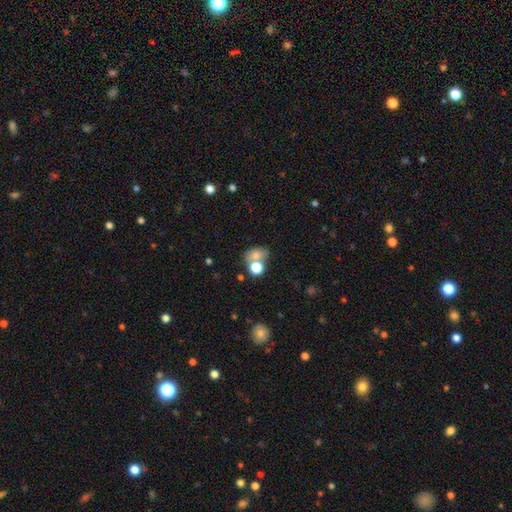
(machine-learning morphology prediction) A smooth galaxy with no disk features (73%) that is in between round and cigar-shaped (60%).

Vote fractions:
- Smooth or featured? smooth: 73% / star or artifact: 14% / featured or disk: 13%
- How rounded? in between: 60% / round: 38% / cigar-shaped: 2%
- Merging? none: 42% / merger: 38% / minor disturbance: 12% / major disturbance: 7%